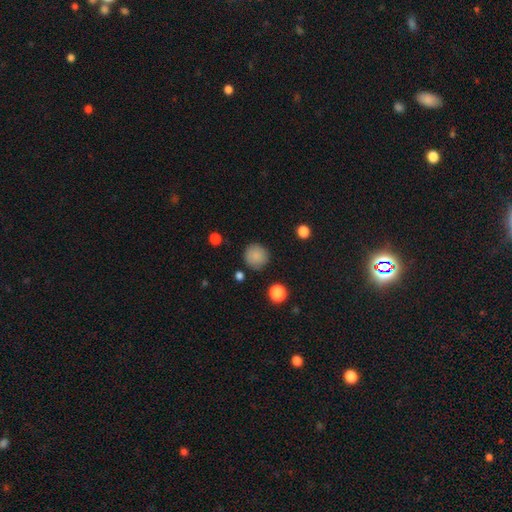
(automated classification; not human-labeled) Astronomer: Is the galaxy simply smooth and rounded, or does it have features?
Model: smooth — 85%.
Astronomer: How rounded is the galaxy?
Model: round — 94%.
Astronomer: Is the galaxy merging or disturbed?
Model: none — 87%.